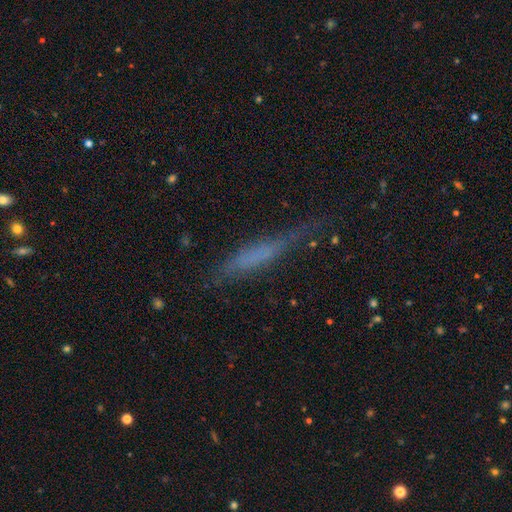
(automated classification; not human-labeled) Overall: smooth (48%; featured or disk 40%). Merging: none (65%).